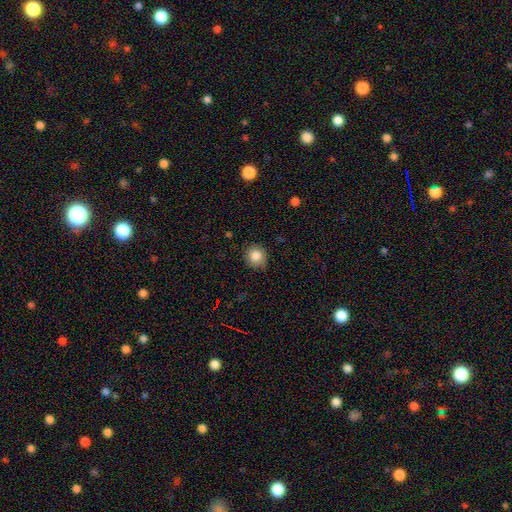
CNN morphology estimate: Smooth or featured?
  - smooth: 85% *
  - star or artifact: 10%
  - featured or disk: 5%
How rounded?
  - round: 88% *
  - in between: 11%
  - cigar-shaped: 1%
Merging?
  - none: 83% *
  - minor disturbance: 14%
  - major disturbance: 2%
  - merger: 1%